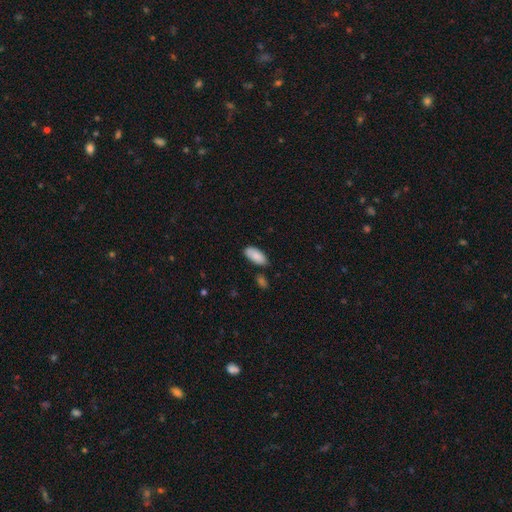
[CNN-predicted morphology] Q: Smooth or featured?
A: smooth (87%); runner-up: featured or disk (7%)
Q: How rounded?
A: in between (89%); runner-up: cigar-shaped (9%)
Q: Merging?
A: none (76%); runner-up: minor disturbance (16%)